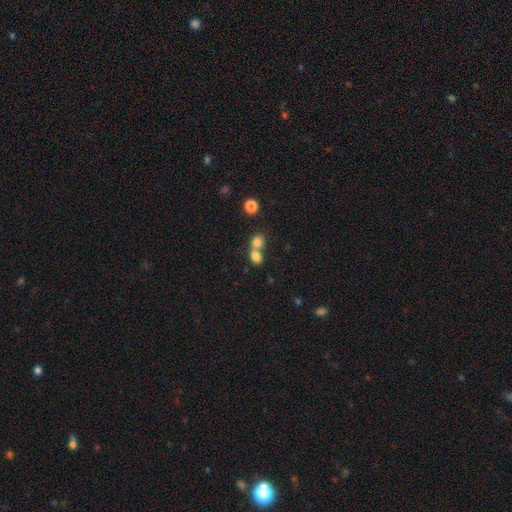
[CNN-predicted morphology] A smooth galaxy with no disk features (79%) that is round (58%).

Vote fractions:
- Smooth or featured? smooth: 79% / star or artifact: 11% / featured or disk: 9%
- How rounded? round: 58% / in between: 41% / cigar-shaped: 1%
- Merging? merger: 63% / none: 29% / minor disturbance: 5% / major disturbance: 3%